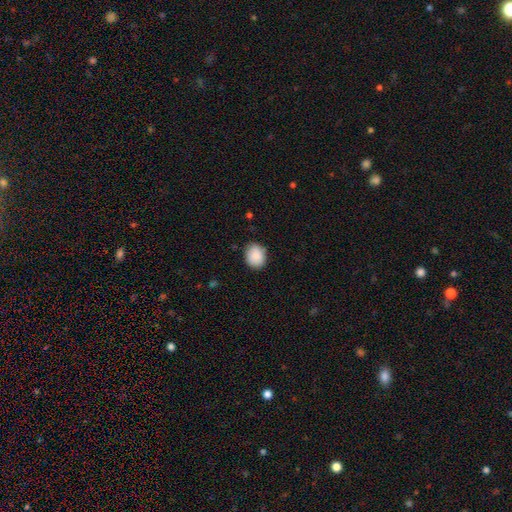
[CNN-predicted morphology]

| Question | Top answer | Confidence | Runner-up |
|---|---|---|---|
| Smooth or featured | smooth | 88% | star or artifact (7%) |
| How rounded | in between | 53% | round (46%) |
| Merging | none | 81% | minor disturbance (15%) |